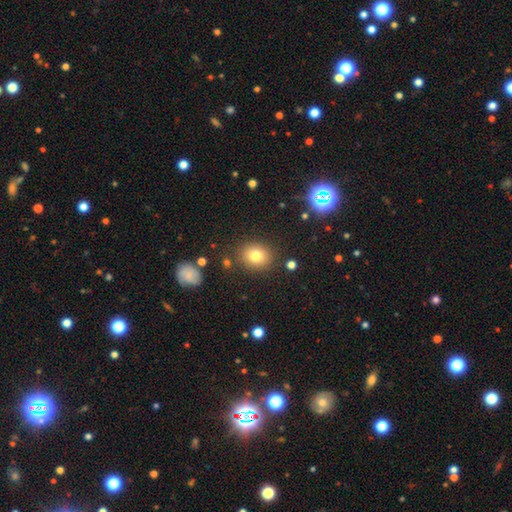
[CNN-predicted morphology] The model was most divided on "how rounded": round: 64%, in between: 36%, cigar-shaped: 1%. More confident: merging — none (85%); smooth or featured — smooth (78%).